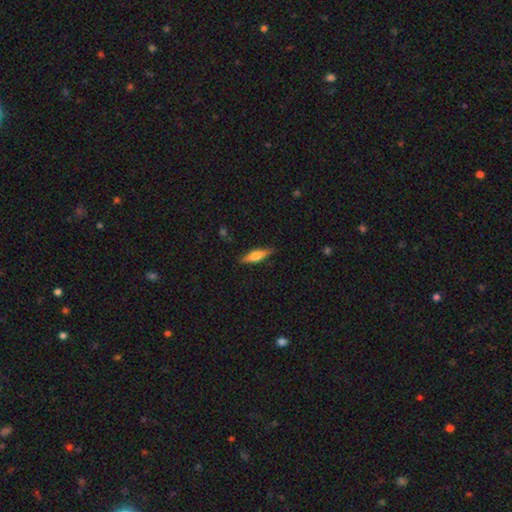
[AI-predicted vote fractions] A smooth galaxy with no disk features (54%) that is cigar-shaped (65%).

Vote fractions:
- Smooth or featured? smooth: 54% / featured or disk: 40% / star or artifact: 6%
- How rounded? cigar-shaped: 65% / in between: 32% / round: 2%
- Merging? none: 85% / minor disturbance: 11% / major disturbance: 2% / merger: 1%